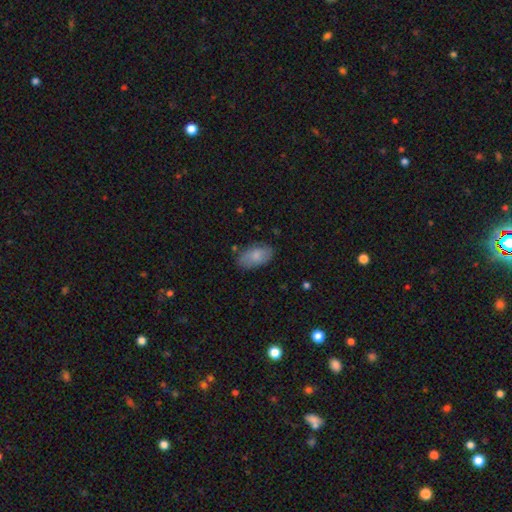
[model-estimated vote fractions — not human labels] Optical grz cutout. It shows a smooth galaxy with no disk features (80%) that is in between round and cigar-shaped (94%). Merging: none (78%).